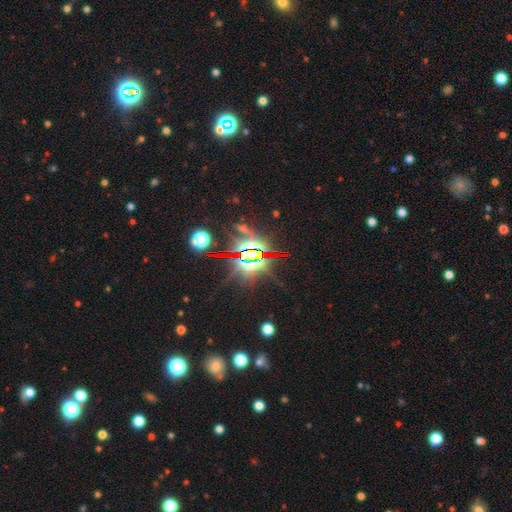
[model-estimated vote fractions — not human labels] A star or artifact, not a galaxy (83%).

Vote fractions:
- Smooth or featured? star or artifact: 83% / featured or disk: 10% / smooth: 7%